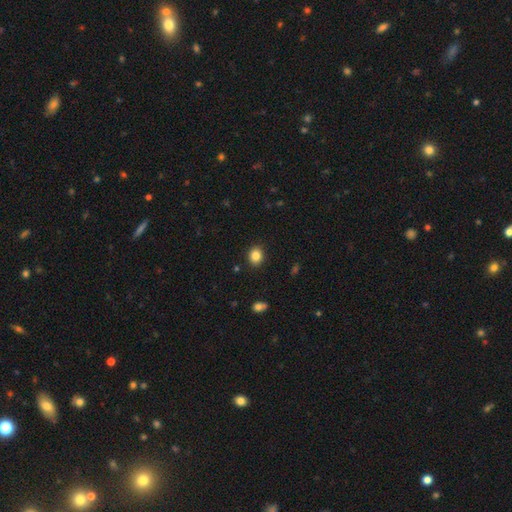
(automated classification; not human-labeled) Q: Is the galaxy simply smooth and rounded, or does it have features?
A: smooth — 85%.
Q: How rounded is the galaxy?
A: round — 65%.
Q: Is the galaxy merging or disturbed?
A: none — 89%.